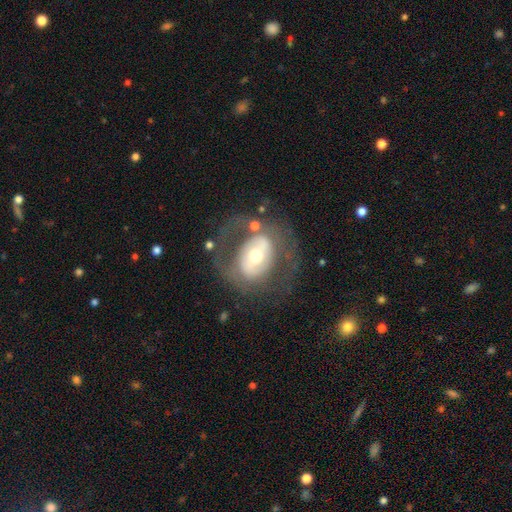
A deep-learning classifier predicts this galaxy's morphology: Q: Smooth or featured?
A: featured or disk (65%); runner-up: smooth (28%)
Q: Edge-on disk?
A: no (94%); runner-up: yes (6%)
Q: Bar?
A: no (46%); runner-up: weak (28%)
Q: Spiral arms?
A: no (62%); runner-up: yes (38%)
Q: Bulge size?
A: moderate (61%); runner-up: small (25%)
Q: Merging?
A: none (62%); runner-up: major disturbance (19%)